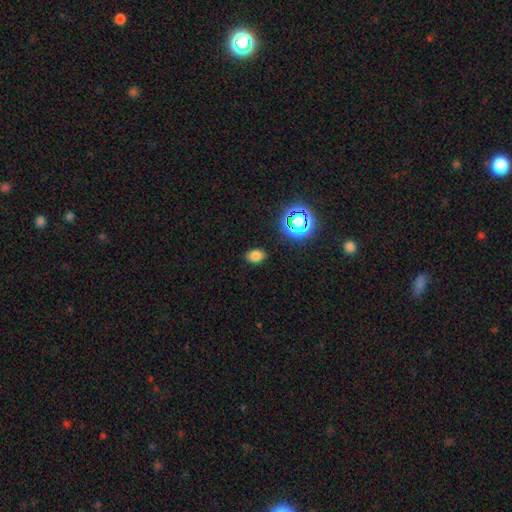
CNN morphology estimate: Q: Smooth or featured?
A: smooth (75%); runner-up: star or artifact (19%)
Q: How rounded?
A: in between (73%); runner-up: round (26%)
Q: Merging?
A: none (86%); runner-up: minor disturbance (10%)